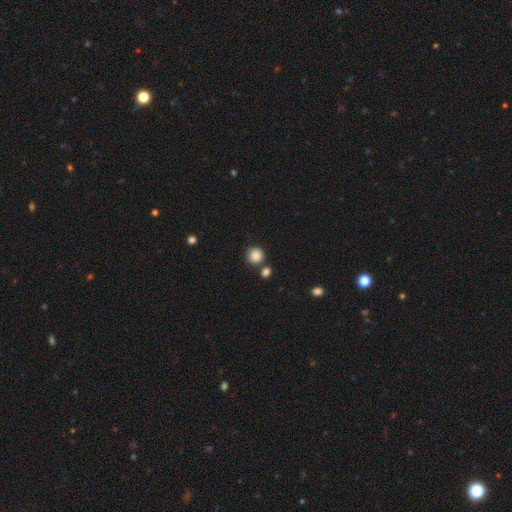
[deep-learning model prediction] A smooth galaxy with no disk features (87%) that is round (92%). Merging: none (75%).